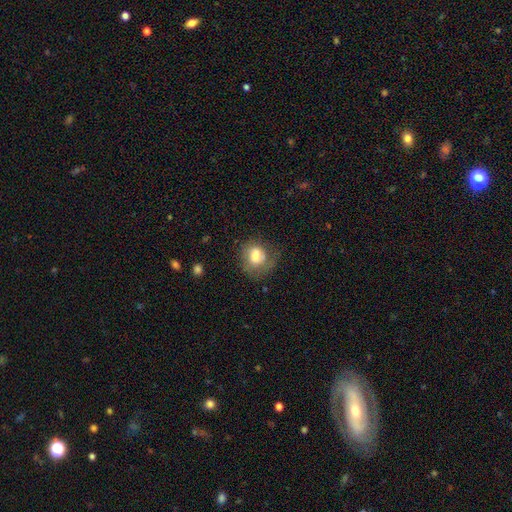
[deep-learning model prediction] Smooth or featured? Predicted: smooth (p=0.63). How rounded? Predicted: round (p=0.53). Merging? Predicted: none (p=0.45).